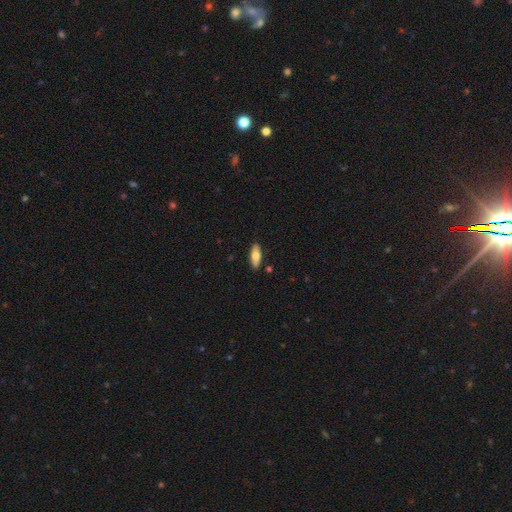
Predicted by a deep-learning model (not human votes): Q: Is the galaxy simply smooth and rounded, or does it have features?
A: smooth — 70%.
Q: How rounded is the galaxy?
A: in between — 72%.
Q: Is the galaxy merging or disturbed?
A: none — 87%.